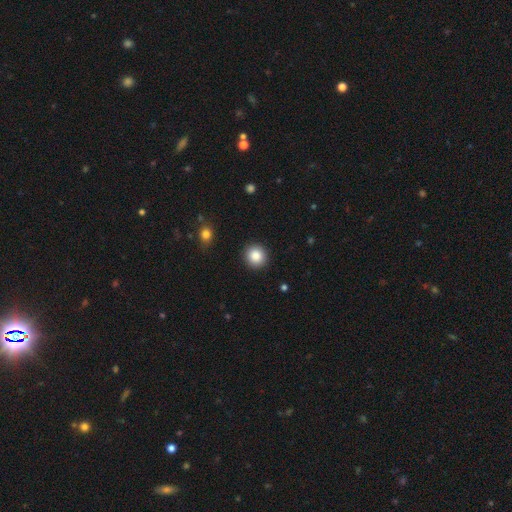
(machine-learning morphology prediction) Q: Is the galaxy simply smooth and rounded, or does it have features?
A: smooth — 86%.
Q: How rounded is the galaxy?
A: round — 93%.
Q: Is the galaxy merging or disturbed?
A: none — 91%.